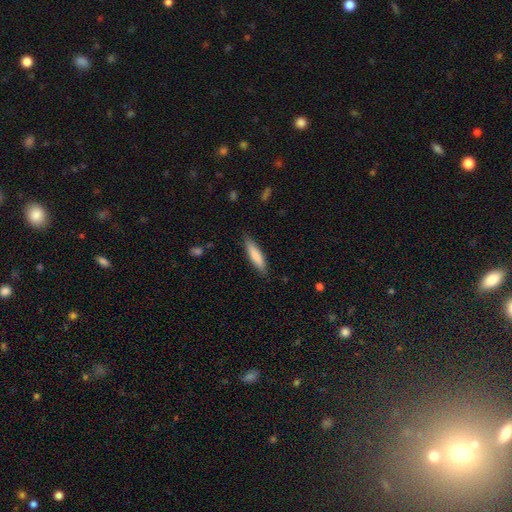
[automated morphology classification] This appears to be a smooth galaxy with no disk features (81%) that is cigar-shaped (75%). Merging: none (82%).